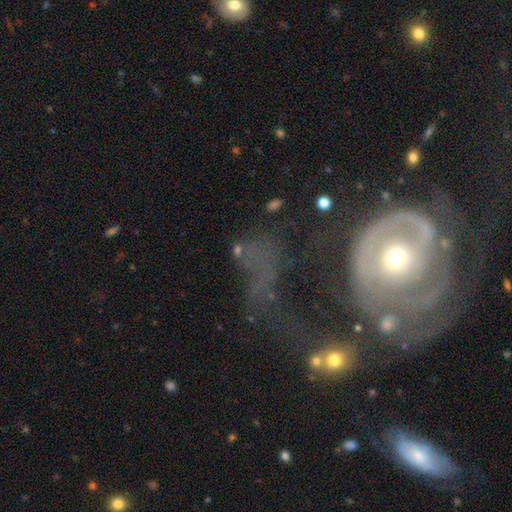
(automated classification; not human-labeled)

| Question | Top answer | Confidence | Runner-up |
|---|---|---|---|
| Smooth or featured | featured or disk | 53% | smooth (29%) |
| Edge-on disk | no | 93% | yes (7%) |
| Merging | major disturbance | 43% | none (23%) |